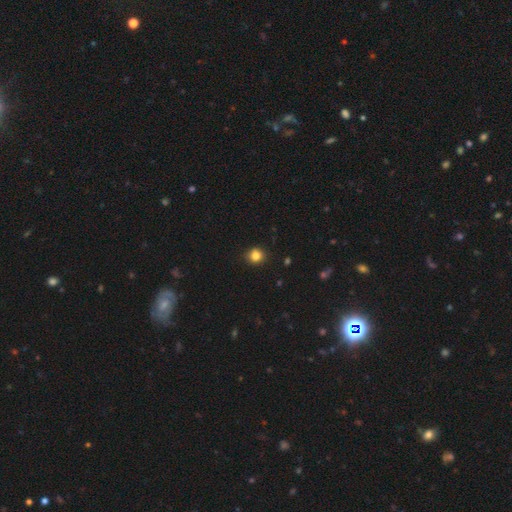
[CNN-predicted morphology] This appears to be a smooth galaxy with no disk features (83%) that is round (86%). Merging: none (88%).